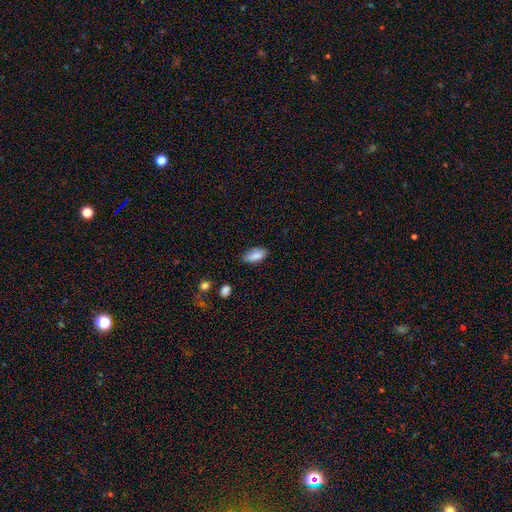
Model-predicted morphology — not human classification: smooth-or-featured: smooth: 85% | featured or disk: 8% | star or artifact: 7%
  how-rounded: in between: 85% | cigar-shaped: 13% | round: 2%
  merging: none: 81% | minor disturbance: 15% | major disturbance: 3% | merger: 2%